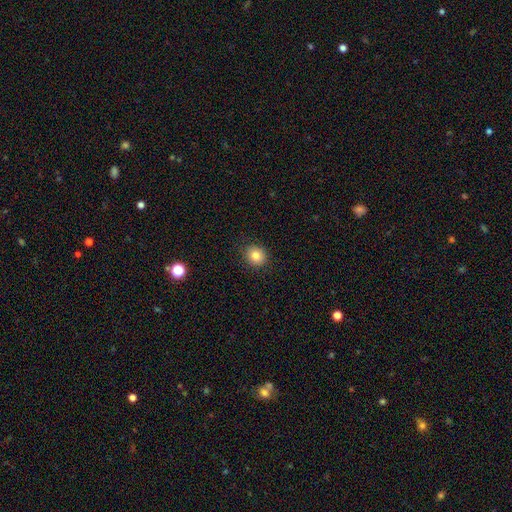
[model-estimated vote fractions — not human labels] Q: Smooth or featured?
A: smooth (82%); runner-up: star or artifact (10%)
Q: How rounded?
A: round (83%); runner-up: in between (16%)
Q: Merging?
A: none (90%); runner-up: minor disturbance (7%)